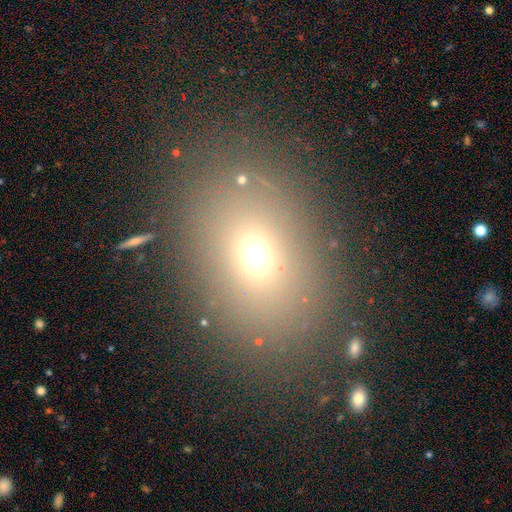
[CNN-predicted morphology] A smooth galaxy with no disk features (67%) that is in between round and cigar-shaped (66%).

Vote fractions:
- Smooth or featured? smooth: 67% / star or artifact: 20% / featured or disk: 13%
- How rounded? in between: 66% / round: 32% / cigar-shaped: 2%
- Merging? none: 83% / minor disturbance: 9% / major disturbance: 5% / merger: 3%